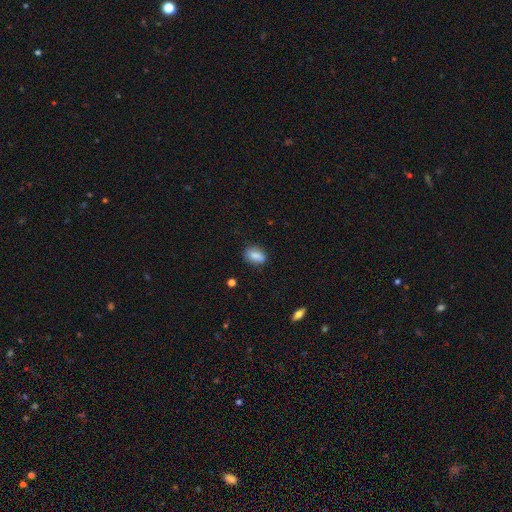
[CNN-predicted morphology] smooth-or-featured: smooth: 84% | featured or disk: 8% | star or artifact: 8%
  how-rounded: in between: 81% | round: 14% | cigar-shaped: 5%
  merging: none: 82% | minor disturbance: 13% | major disturbance: 3% | merger: 1%